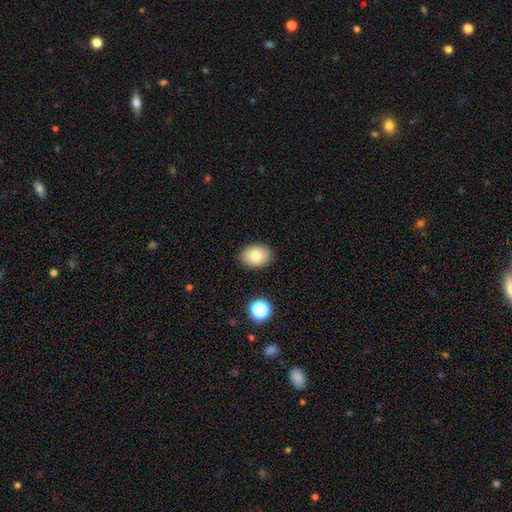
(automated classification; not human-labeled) Smooth or featured?
  - smooth: 81% *
  - featured or disk: 10%
  - star or artifact: 9%
How rounded?
  - in between: 67% *
  - round: 32%
  - cigar-shaped: 1%
Merging?
  - none: 87% *
  - minor disturbance: 9%
  - major disturbance: 2%
  - merger: 2%